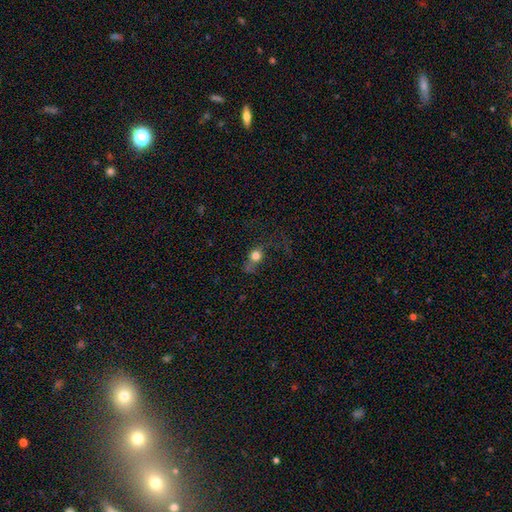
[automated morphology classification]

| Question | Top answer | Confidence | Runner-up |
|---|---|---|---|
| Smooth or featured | smooth | 66% | featured or disk (18%) |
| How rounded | round | 61% | in between (32%) |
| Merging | none | 40% | major disturbance (33%) |